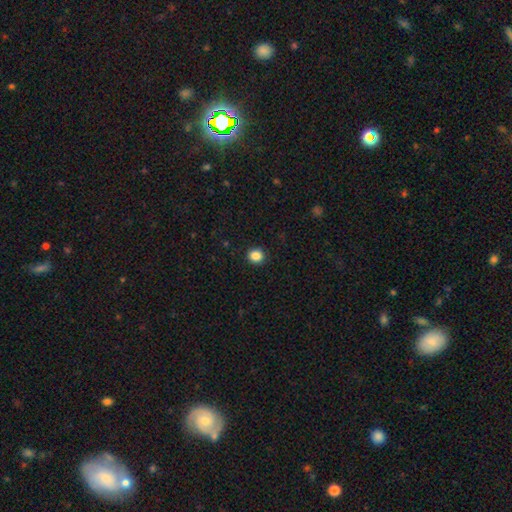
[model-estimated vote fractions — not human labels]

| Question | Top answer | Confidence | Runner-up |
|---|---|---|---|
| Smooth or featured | smooth | 87% | star or artifact (10%) |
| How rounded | round | 82% | in between (17%) |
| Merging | none | 91% | minor disturbance (6%) |